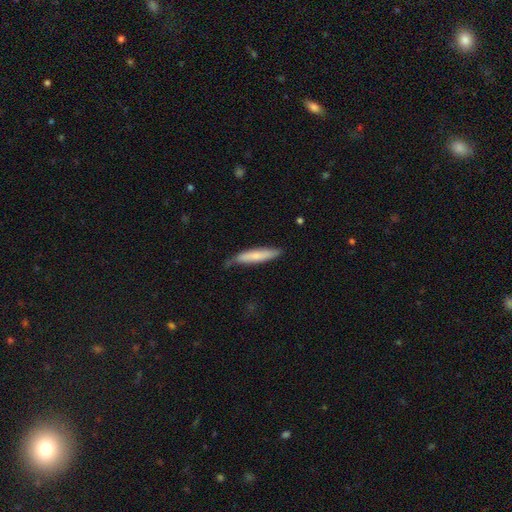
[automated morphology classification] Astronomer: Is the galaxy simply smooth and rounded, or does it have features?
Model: smooth — 72%.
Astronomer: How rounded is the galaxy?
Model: cigar-shaped — 88%.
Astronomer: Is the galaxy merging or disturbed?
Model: none — 64%.